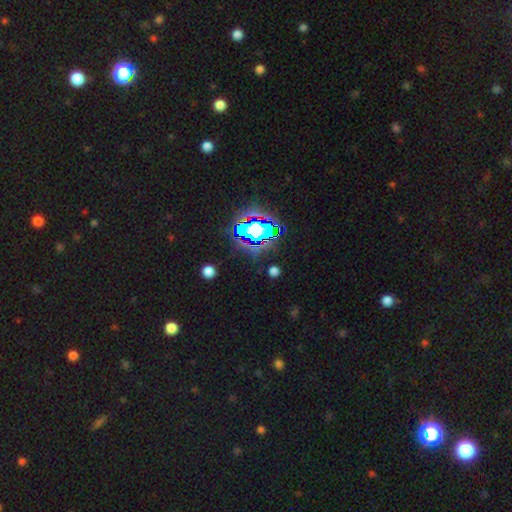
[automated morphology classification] Q: Smooth or featured?
A: star or artifact (73%); runner-up: smooth (16%)